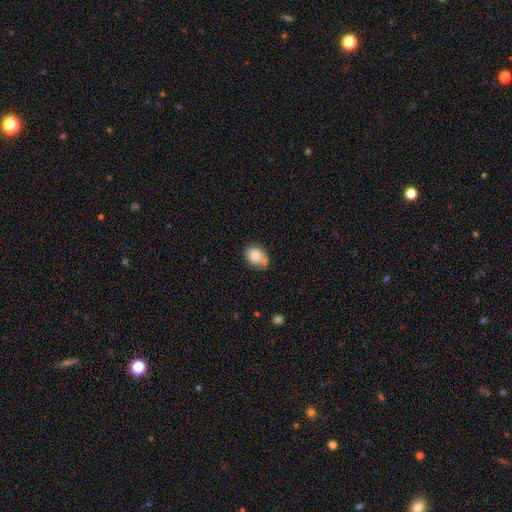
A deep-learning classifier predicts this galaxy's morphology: Smooth or featured? smooth (79%)
How rounded? in between (64%)
Merging? none (51%)